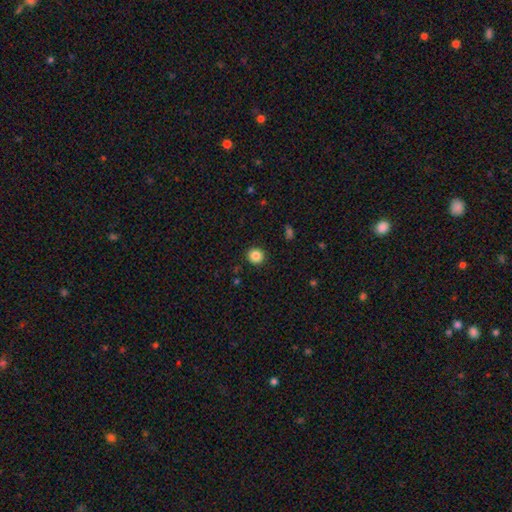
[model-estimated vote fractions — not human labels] Smooth or featured?
  - smooth: 85% *
  - star or artifact: 10%
  - featured or disk: 5%
How rounded?
  - round: 93% *
  - in between: 6%
  - cigar-shaped: 1%
Merging?
  - none: 91% *
  - minor disturbance: 6%
  - major disturbance: 2%
  - merger: 1%